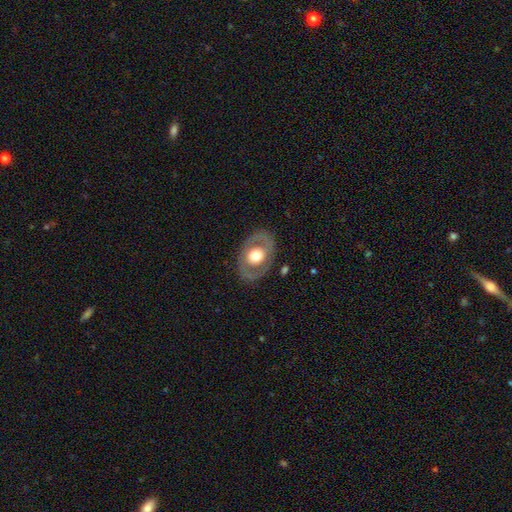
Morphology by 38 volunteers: A featured or disk galaxy (68%) with no bar (80%), no spiral arms (76%) and a large central bulge (60%). Merging: none (89%).